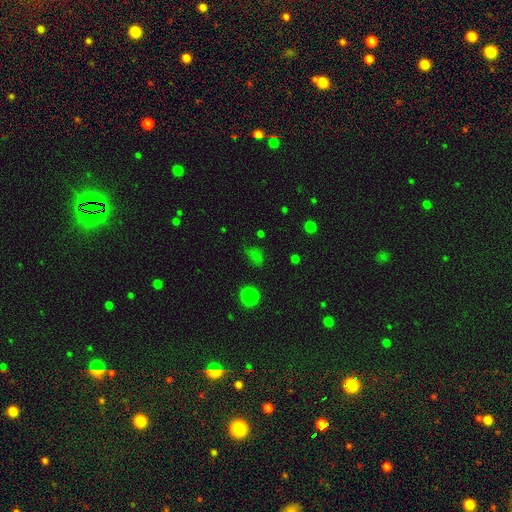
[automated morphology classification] Smooth or featured: smooth — 62% (star or artifact — 29%)
How rounded: in between — 61% (round — 36%)
Merging: none — 63% (minor disturbance — 21%)